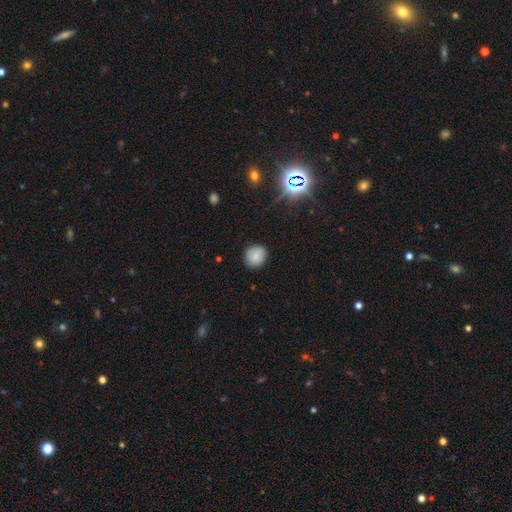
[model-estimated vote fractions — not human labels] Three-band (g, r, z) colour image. It shows a smooth galaxy with no disk features (76%) that is round (89%). Merging: none (82%).